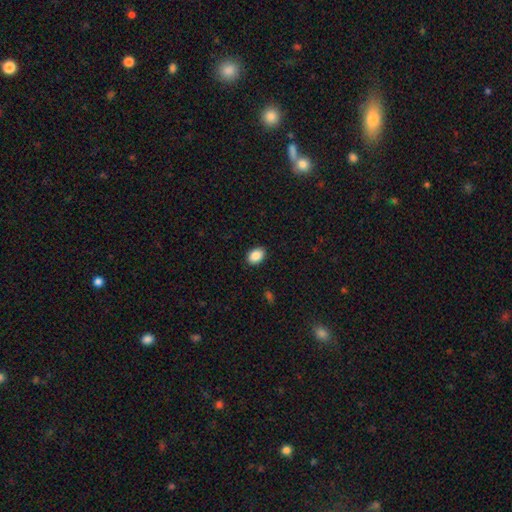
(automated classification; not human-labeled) A smooth galaxy with no disk features (89%) that is in between round and cigar-shaped (78%).

Vote fractions:
- Smooth or featured? smooth: 89% / star or artifact: 8% / featured or disk: 3%
- How rounded? in between: 78% / round: 21% / cigar-shaped: 1%
- Merging? none: 89% / minor disturbance: 8% / major disturbance: 2% / merger: 1%